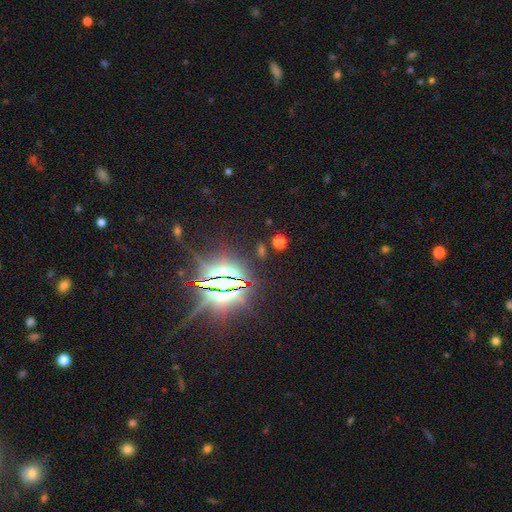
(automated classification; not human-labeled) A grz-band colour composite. It shows a star or artifact, not a galaxy (87%).